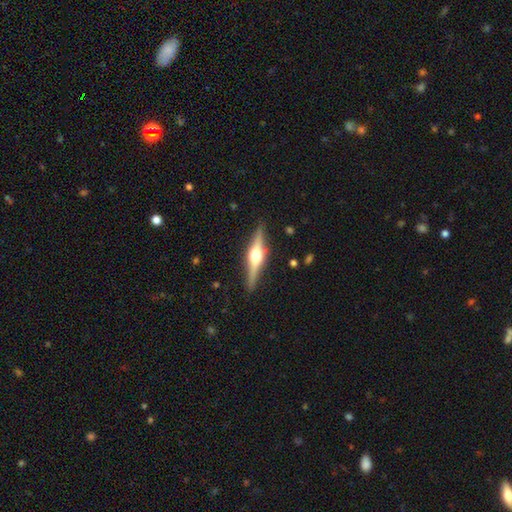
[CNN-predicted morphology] Q: Smooth or featured?
A: featured or disk (77%); runner-up: smooth (18%)
Q: Edge-on disk?
A: yes (98%); runner-up: no (2%)
Q: Edge-on bulge?
A: rounded (94%); runner-up: boxy (4%)
Q: Merging?
A: none (89%); runner-up: minor disturbance (8%)